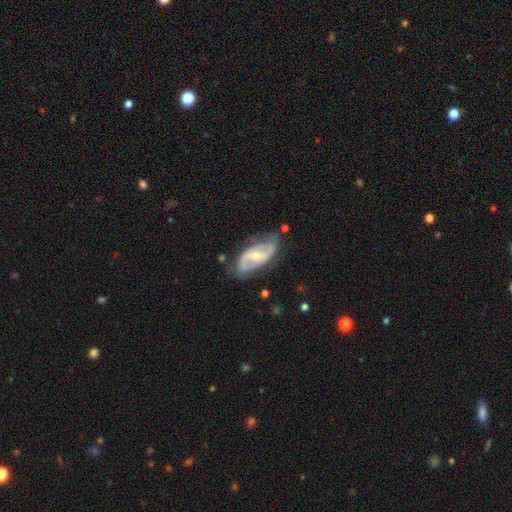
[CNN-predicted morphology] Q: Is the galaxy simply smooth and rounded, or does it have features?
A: featured or disk — 82%.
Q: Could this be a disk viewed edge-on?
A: no — 95%.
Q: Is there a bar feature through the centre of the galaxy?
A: weak — 45%.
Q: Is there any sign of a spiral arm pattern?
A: yes — 93%.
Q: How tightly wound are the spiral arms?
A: medium — 47%.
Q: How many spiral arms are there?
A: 2 — 87%.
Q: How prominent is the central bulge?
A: small — 52%.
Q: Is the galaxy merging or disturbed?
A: none — 69%.